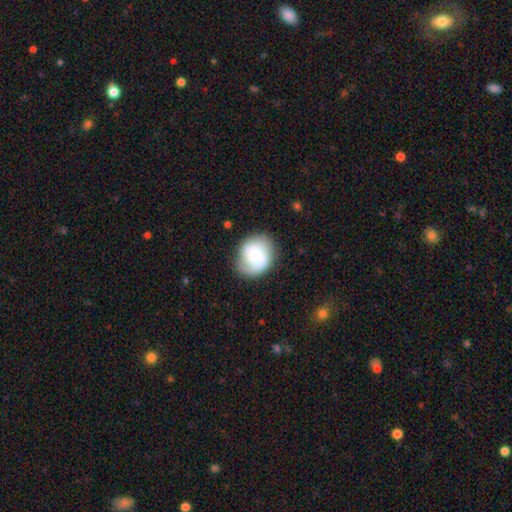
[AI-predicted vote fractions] Overall: featured or disk (58%; smooth 36%). Edge-on disk: no (98%). Bar: no (60%; weak 34%). Spiral arms: yes (87%). Bulge size: small (46%; moderate 43%). Merging: none (75%).